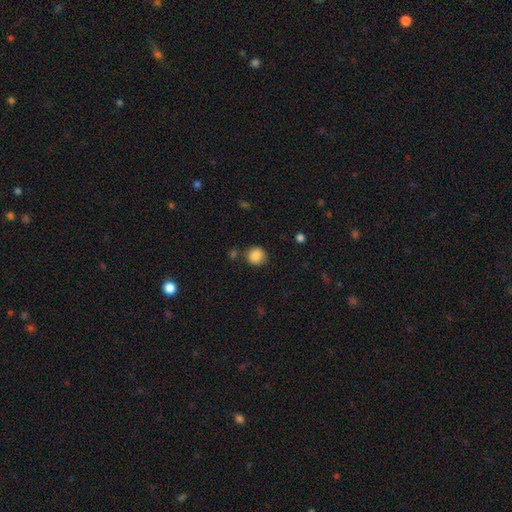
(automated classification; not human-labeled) smooth-or-featured: smooth: 87% | star or artifact: 9% | featured or disk: 4%
  how-rounded: round: 89% | in between: 10% | cigar-shaped: 1%
  merging: none: 82% | minor disturbance: 10% | merger: 5% | major disturbance: 3%